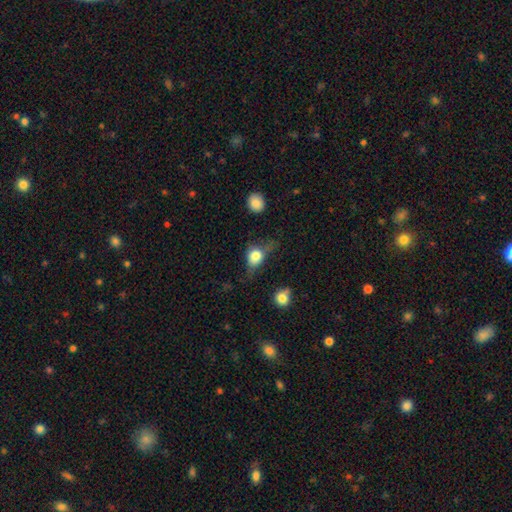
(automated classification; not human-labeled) Smooth or featured: smooth — 73% (featured or disk — 17%)
How rounded: round — 58% (in between — 39%)
Merging: none — 42% (minor disturbance — 31%)